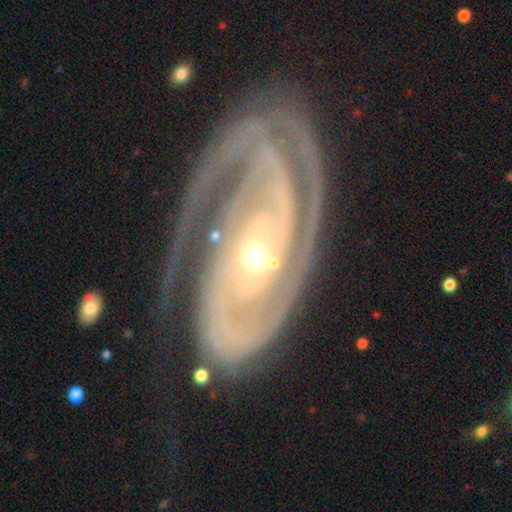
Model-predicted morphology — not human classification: Smooth or featured: featured or disk — 92% (star or artifact — 5%)
Edge-on disk: no — 96% (yes — 4%)
Bar: no — 63% (weak — 21%)
Spiral arms: yes — 99% (no — 1%)
Spiral winding: tight — 75% (medium — 22%)
Spiral arm count: 2 — 50% (3 — 23%)
Bulge size: small — 64% (moderate — 32%)
Merging: none — 72% (minor disturbance — 18%)